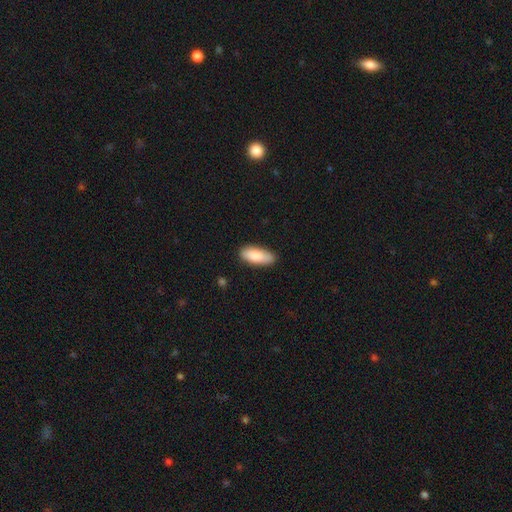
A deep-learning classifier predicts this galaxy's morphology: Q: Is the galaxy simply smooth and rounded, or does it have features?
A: smooth — 87%.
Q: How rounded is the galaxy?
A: in between — 80%.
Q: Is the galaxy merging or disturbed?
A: none — 85%.